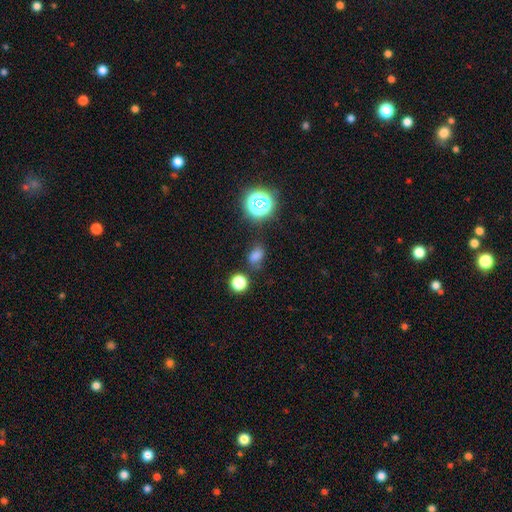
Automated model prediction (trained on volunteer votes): Q: Smooth or featured?
A: smooth (74%); runner-up: star or artifact (19%)
Q: How rounded?
A: in between (65%); runner-up: round (33%)
Q: Merging?
A: none (65%); runner-up: minor disturbance (20%)